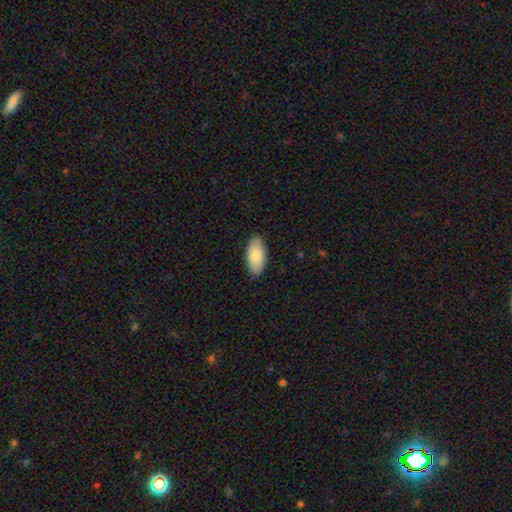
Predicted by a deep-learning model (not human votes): The model was most divided on "smooth or featured": smooth: 82%, featured or disk: 12%, star or artifact: 6%. More confident: how rounded — in between (93%); merging — none (87%).